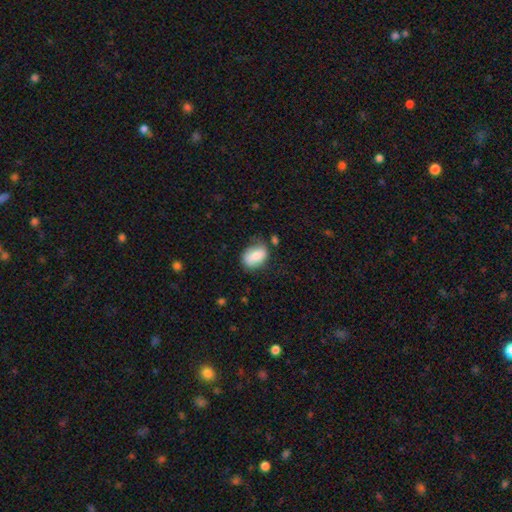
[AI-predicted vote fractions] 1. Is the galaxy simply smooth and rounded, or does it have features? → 79% smooth, 13% featured or disk, 7% star or artifact.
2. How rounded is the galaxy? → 83% in between, 15% round, 1% cigar-shaped.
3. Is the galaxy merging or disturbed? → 66% none, 24% minor disturbance, 6% major disturbance, 4% merger.